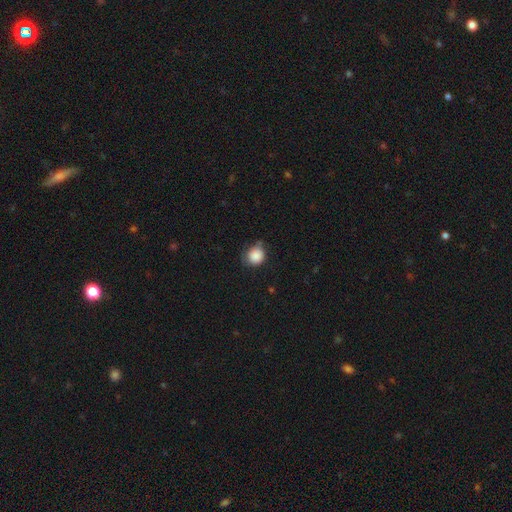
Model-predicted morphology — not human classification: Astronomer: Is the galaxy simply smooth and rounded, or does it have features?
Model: smooth — 86%.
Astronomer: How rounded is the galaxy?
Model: round — 81%.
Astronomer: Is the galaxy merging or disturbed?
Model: none — 52% (runner-up: minor disturbance, 37%).